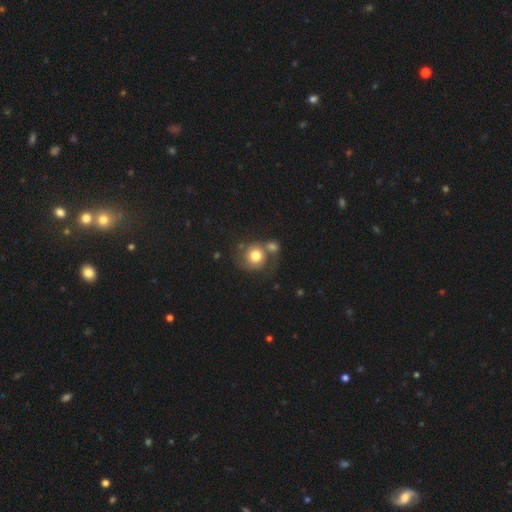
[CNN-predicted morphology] smooth_or_featured: smooth (p=0.71) [alt: featured or disk p=0.20]
how_rounded: round (p=0.85) [alt: in between p=0.14]
merging: none (p=0.39) [alt: merger p=0.38]